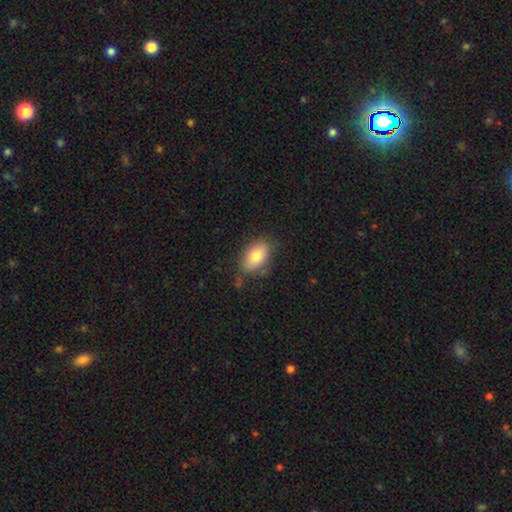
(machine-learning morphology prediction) smooth_or_featured: smooth (p=0.80) [alt: featured or disk p=0.12]
how_rounded: in between (p=0.90) [alt: round p=0.08]
merging: none (p=0.74) [alt: minor disturbance p=0.18]